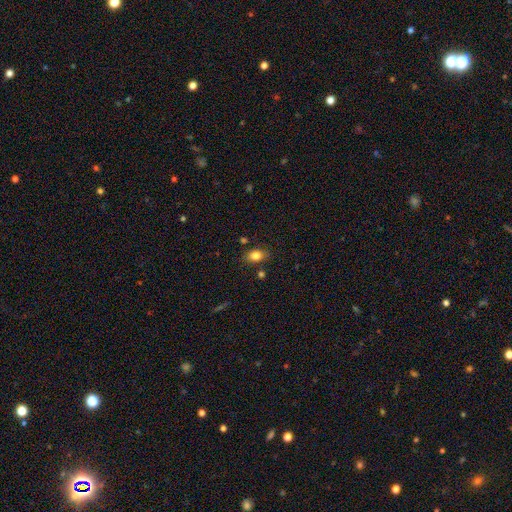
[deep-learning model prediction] Smooth or featured? smooth (81%)
How rounded? in between (79%)
Merging? none (81%)